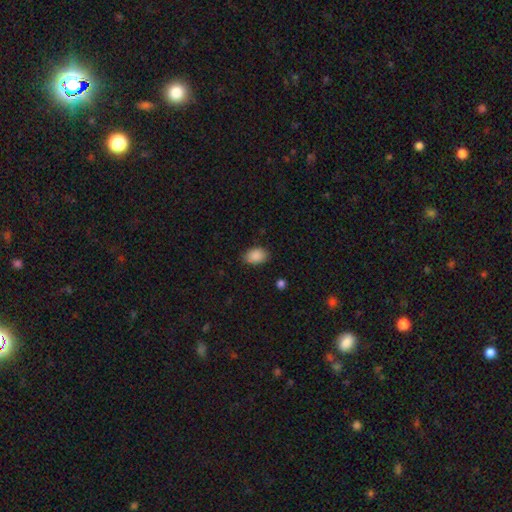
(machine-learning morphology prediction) This is clearly a smooth galaxy (88%). How rounded: clearly in between (83%). Merging: clearly none (82%).